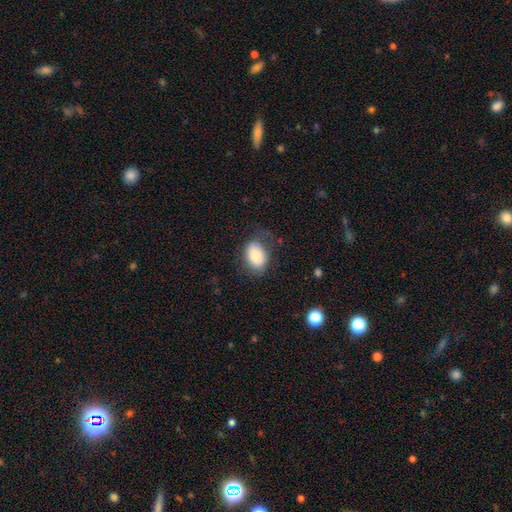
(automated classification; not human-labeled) A smooth galaxy with no disk features (81%) that is in between round and cigar-shaped (79%). Merging: none (56%).